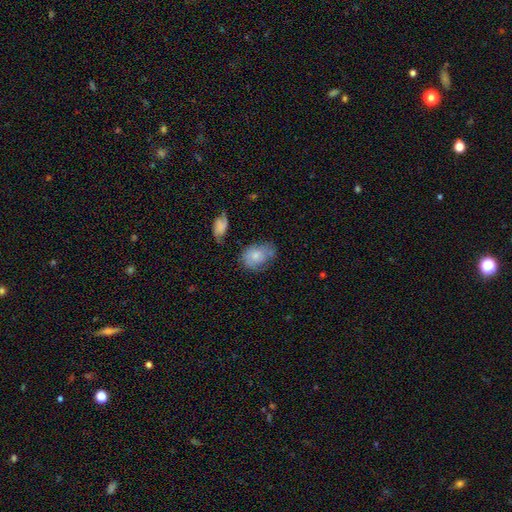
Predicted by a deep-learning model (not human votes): smooth_or_featured: smooth (p=0.66) [alt: featured or disk p=0.26]
how_rounded: in between (p=0.70) [alt: round p=0.29]
merging: none (p=0.48) [alt: minor disturbance p=0.32]